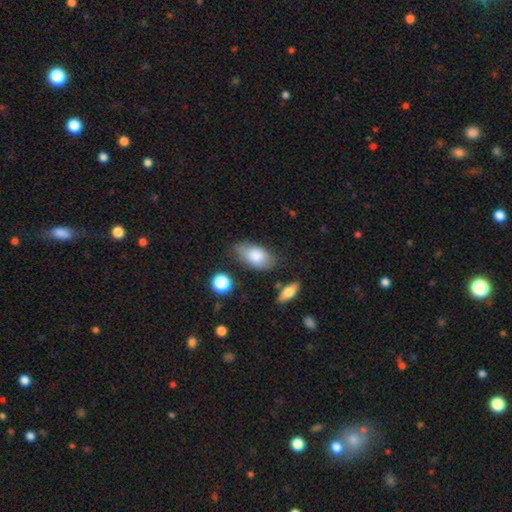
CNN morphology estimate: A smooth galaxy with no disk features (79%) that is in between round and cigar-shaped (91%).

Vote fractions:
- Smooth or featured? smooth: 79% / featured or disk: 14% / star or artifact: 7%
- How rounded? in between: 91% / round: 6% / cigar-shaped: 3%
- Merging? none: 64% / minor disturbance: 25% / major disturbance: 7% / merger: 5%